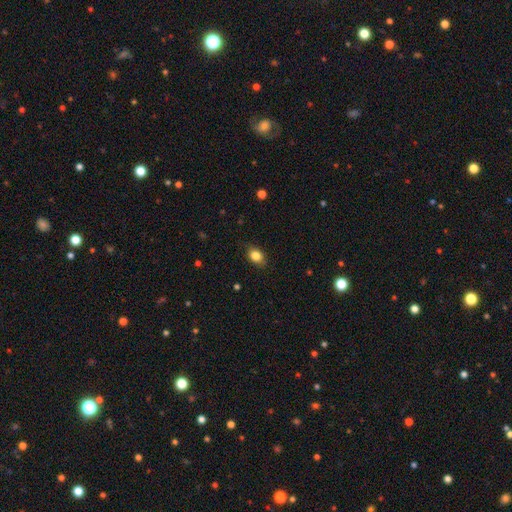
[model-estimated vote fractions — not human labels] Smooth or featured: smooth — 84% (star or artifact — 9%)
How rounded: in between — 67% (round — 32%)
Merging: none — 82% (minor disturbance — 14%)